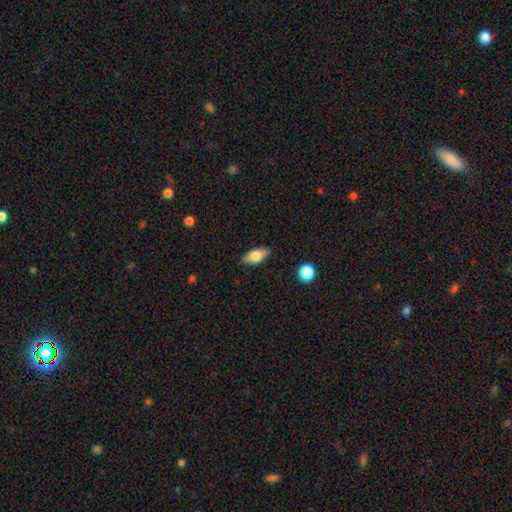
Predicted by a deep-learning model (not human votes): Smooth or featured? Predicted: smooth (p=0.75). How rounded? Predicted: in between (p=0.84). Merging? Predicted: none (p=0.85).